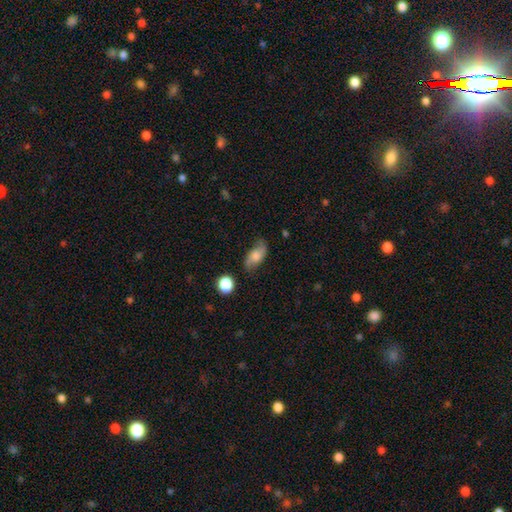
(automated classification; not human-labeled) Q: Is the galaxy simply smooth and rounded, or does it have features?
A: smooth — 60%.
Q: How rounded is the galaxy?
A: in between — 88%.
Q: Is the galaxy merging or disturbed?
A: none — 71%.